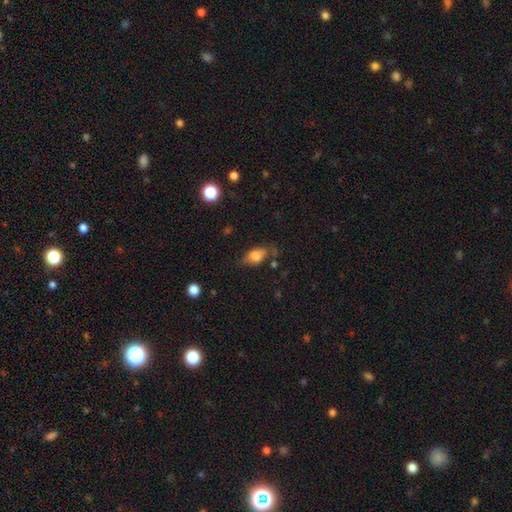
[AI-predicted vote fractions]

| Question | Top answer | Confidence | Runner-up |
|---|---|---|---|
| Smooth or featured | smooth | 70% | featured or disk (20%) |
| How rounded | in between | 84% | cigar-shaped (8%) |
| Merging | none | 57% | minor disturbance (28%) |